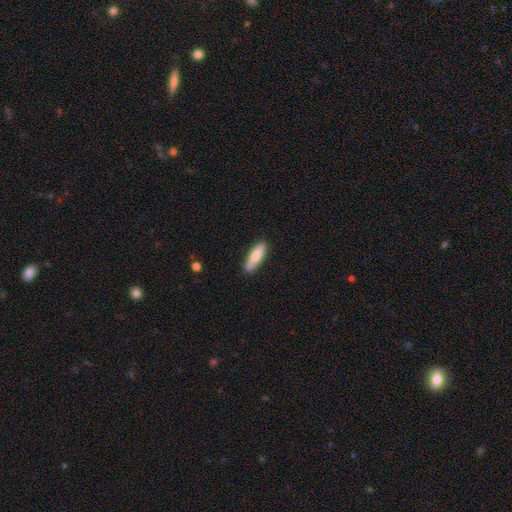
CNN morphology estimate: Overall: smooth (80%). How rounded: cigar-shaped (53%; in between 45%). Merging: none (76%).